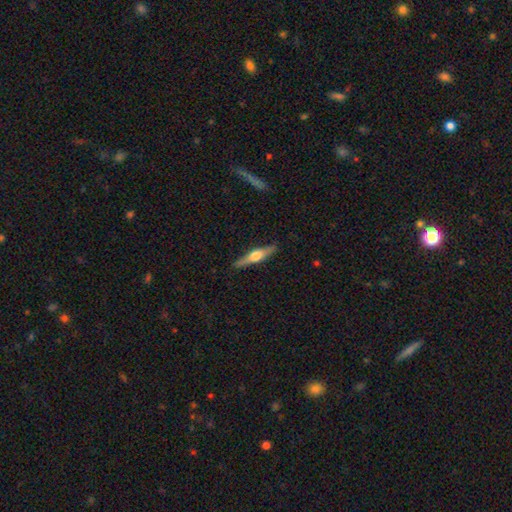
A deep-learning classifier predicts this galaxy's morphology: Smooth or featured?
  - featured or disk: 60% *
  - smooth: 34%
  - star or artifact: 5%
Edge-on disk?
  - yes: 95% *
  - no: 5%
Edge-on bulge?
  - rounded: 92% *
  - boxy: 5%
  - none: 3%
Merging?
  - none: 88% *
  - minor disturbance: 9%
  - major disturbance: 2%
  - merger: 1%